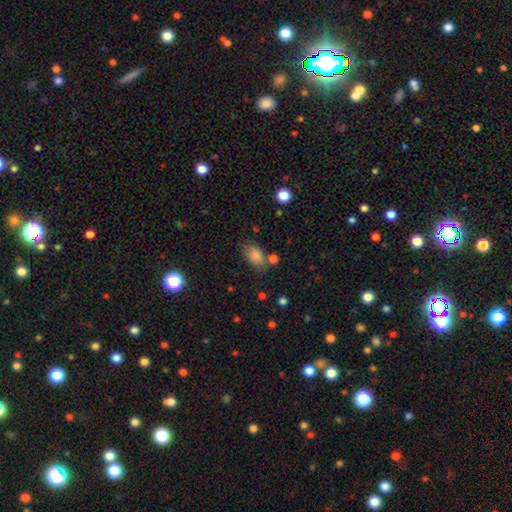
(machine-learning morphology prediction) This is clearly a smooth galaxy (84%). How rounded: clearly in between (88%). Merging: likely none (64%).